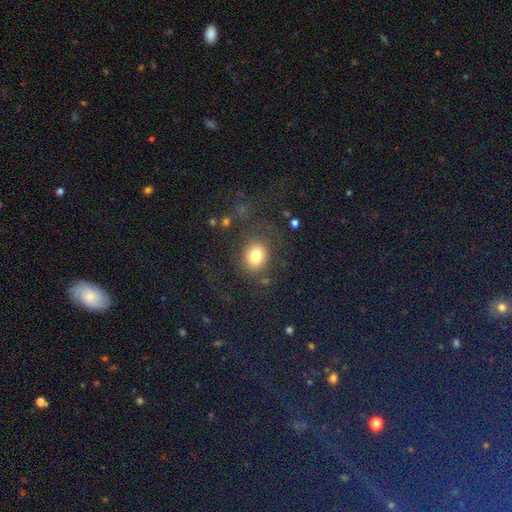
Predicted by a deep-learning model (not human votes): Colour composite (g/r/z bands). It shows a smooth galaxy with no disk features (79%) that is round (68%). Merging: none (70%).